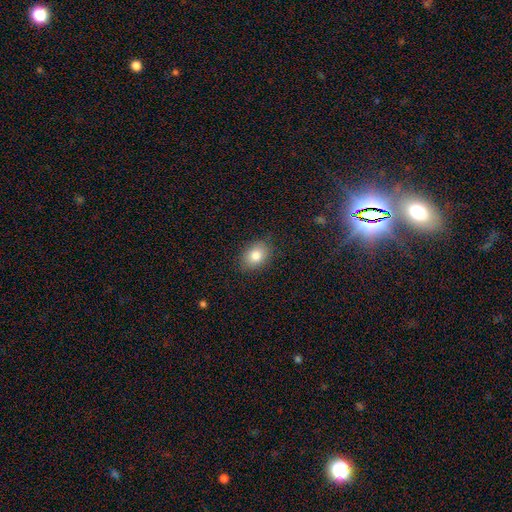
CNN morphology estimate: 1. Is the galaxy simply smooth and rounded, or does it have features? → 82% smooth, 9% star or artifact, 9% featured or disk.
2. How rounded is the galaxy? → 72% in between, 27% round, 1% cigar-shaped.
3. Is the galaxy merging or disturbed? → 84% none, 12% minor disturbance, 3% major disturbance, 1% merger.